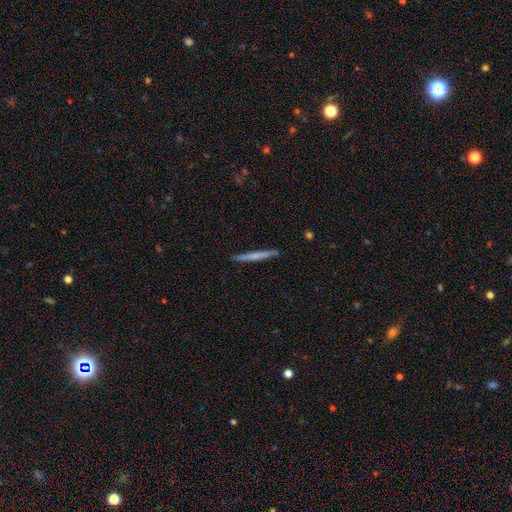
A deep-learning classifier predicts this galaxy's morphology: Smooth or featured: smooth — 59% (featured or disk — 36%)
How rounded: cigar-shaped — 97% (in between — 2%)
Merging: none — 90% (minor disturbance — 7%)